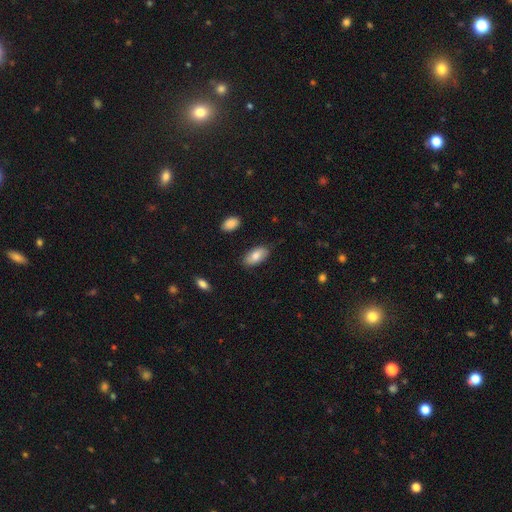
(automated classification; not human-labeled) The model was most divided on "smooth or featured": smooth: 80%, featured or disk: 14%, star or artifact: 6%. More confident: how rounded — in between (94%); merging — none (84%).